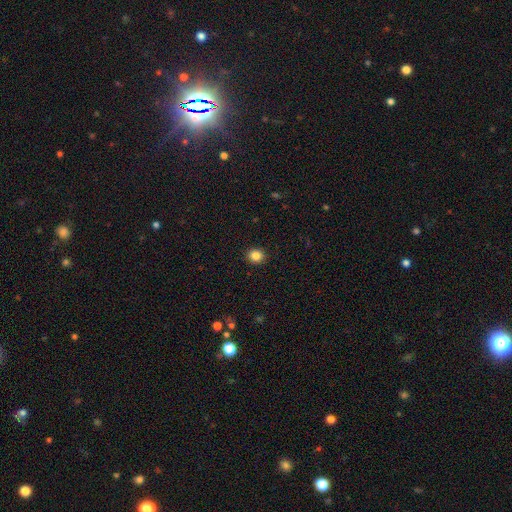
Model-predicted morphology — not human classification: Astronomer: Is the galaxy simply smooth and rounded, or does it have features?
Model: smooth — 85%.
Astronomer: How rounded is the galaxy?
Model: round — 79%.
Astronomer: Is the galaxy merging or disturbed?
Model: none — 92%.